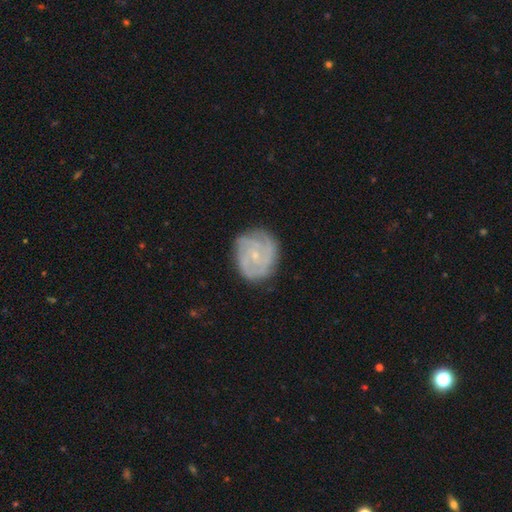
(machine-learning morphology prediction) Smooth or featured? featured or disk (81%)
Edge-on disk? no (98%)
Bar? no (71%)
Spiral arms? yes (95%)
Spiral winding? tight (64%)
Spiral arm count? 3 (33%)
Bulge size? small (78%)
Merging? none (77%)